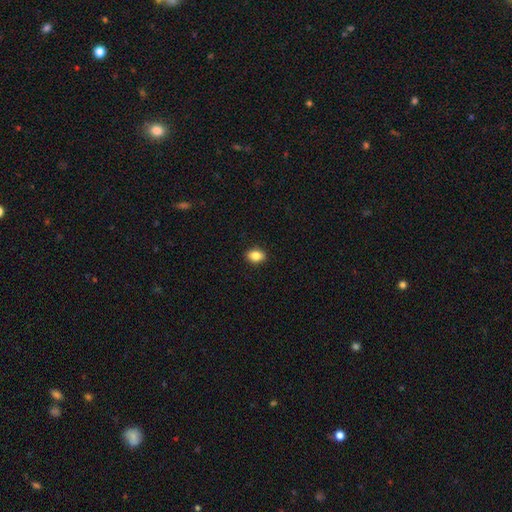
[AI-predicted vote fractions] Morphology: type=smooth (85%); roundness=in between (76%); merging=none (90%).